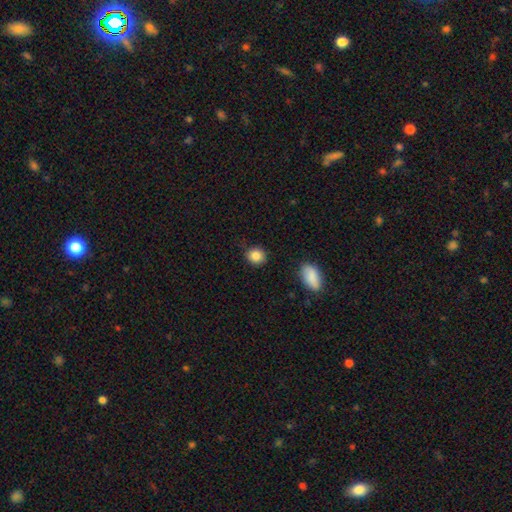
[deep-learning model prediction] Smooth or featured: smooth — 86% (star or artifact — 9%)
How rounded: round — 77% (in between — 22%)
Merging: none — 83% (minor disturbance — 12%)